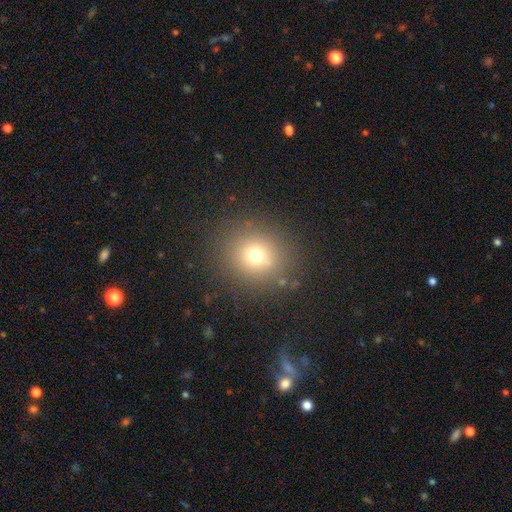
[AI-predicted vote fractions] A smooth galaxy with no disk features (69%) that is round (85%).

Vote fractions:
- Smooth or featured? smooth: 69% / star or artifact: 19% / featured or disk: 12%
- How rounded? round: 85% / in between: 14% / cigar-shaped: 1%
- Merging? none: 85% / minor disturbance: 9% / major disturbance: 5% / merger: 2%